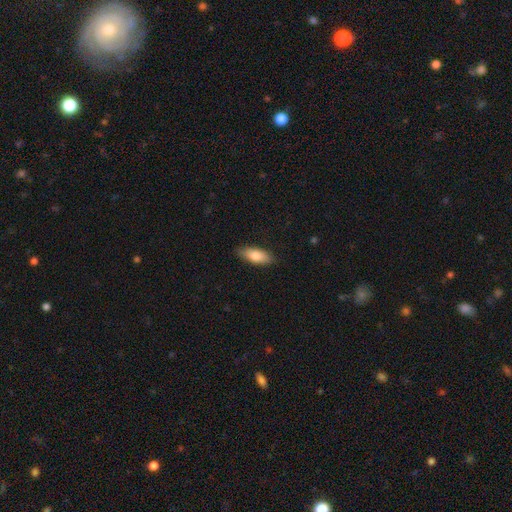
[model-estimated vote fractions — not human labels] This is likely a smooth galaxy (80%). How rounded: likely in between (76%). Merging: clearly none (86%).